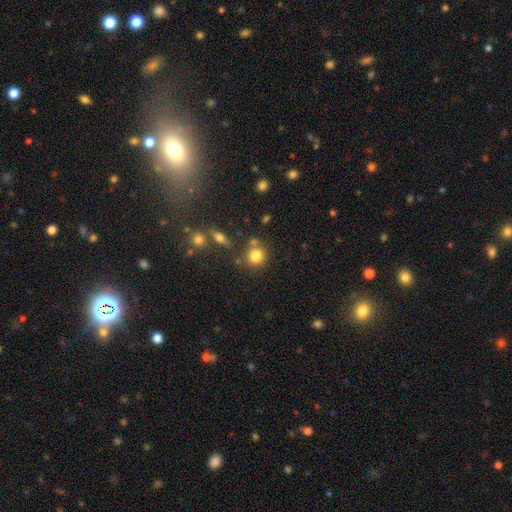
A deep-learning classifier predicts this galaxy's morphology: Smooth or featured? Predicted: smooth (p=0.81). How rounded? Predicted: round (p=0.88). Merging? Predicted: none (p=0.69).